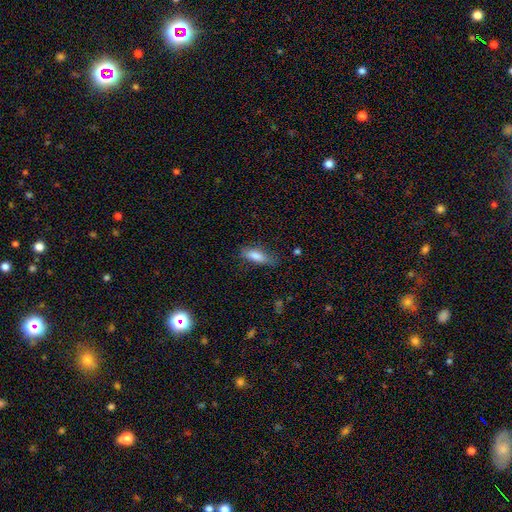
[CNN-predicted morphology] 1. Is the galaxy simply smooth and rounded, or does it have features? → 80% smooth, 13% featured or disk, 7% star or artifact.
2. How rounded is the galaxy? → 60% in between, 39% cigar-shaped, 2% round.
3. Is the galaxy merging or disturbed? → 68% none, 24% minor disturbance, 7% major disturbance, 2% merger.